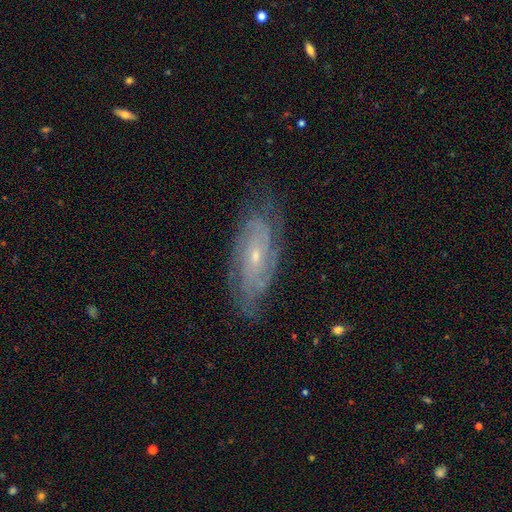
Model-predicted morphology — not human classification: The model was most divided on "spiral arm count": can't tell: 33%, 2: 27%, 3: 17%, 4: 11%, more than 4: 6%, 1: 5%. More confident: spiral arms — yes (96%); edge-on disk — no (91%); smooth or featured — featured or disk (84%); merging — none (77%); bulge size — small (75%); spiral winding — tight (67%); bar — no (66%).